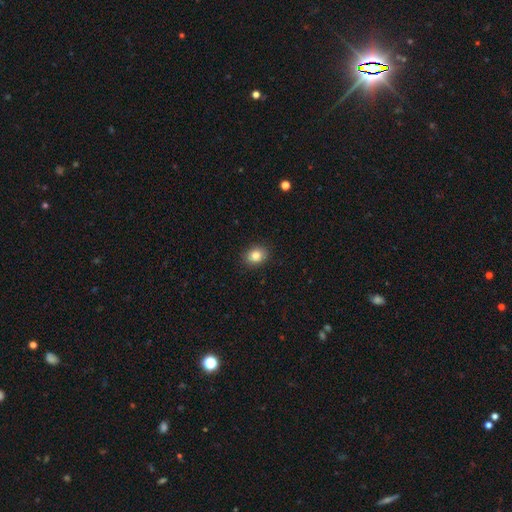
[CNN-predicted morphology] This appears to be a smooth galaxy with no disk features (83%) that is round (54%). Merging: none (90%).